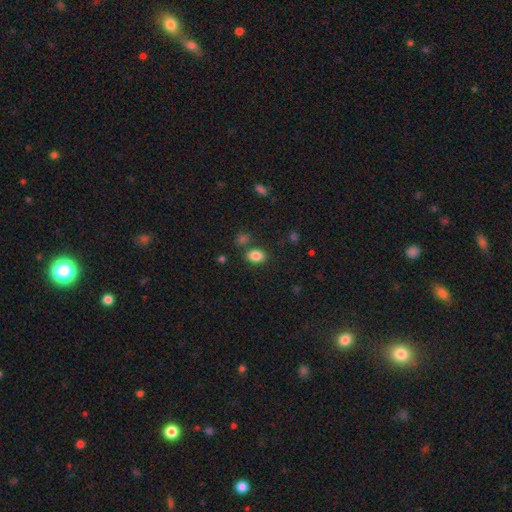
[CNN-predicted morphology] smooth-or-featured: smooth: 85% | star or artifact: 10% | featured or disk: 5%
  how-rounded: in between: 81% | round: 18% | cigar-shaped: 1%
  merging: none: 78% | minor disturbance: 11% | merger: 7% | major disturbance: 3%